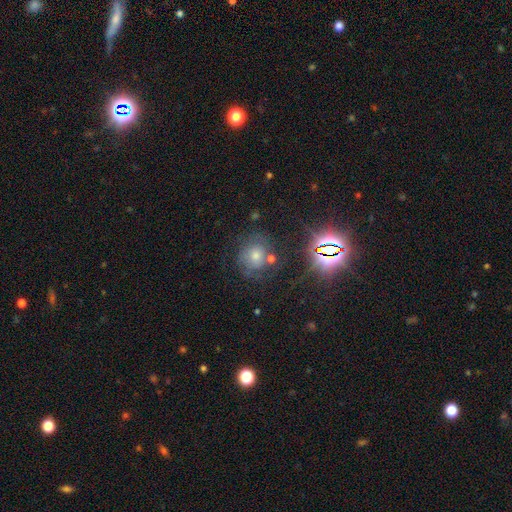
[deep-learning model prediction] star or artifact 43%, smooth 34%, featured or disk 23%.